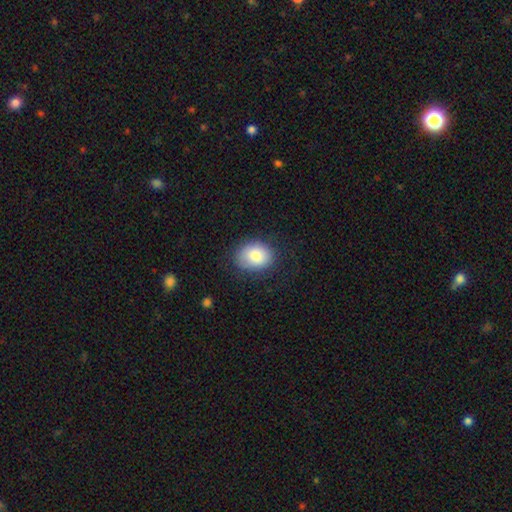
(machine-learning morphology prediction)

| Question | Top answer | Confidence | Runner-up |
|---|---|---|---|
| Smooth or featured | smooth | 82% | featured or disk (11%) |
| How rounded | in between | 52% | round (47%) |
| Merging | none | 80% | minor disturbance (14%) |